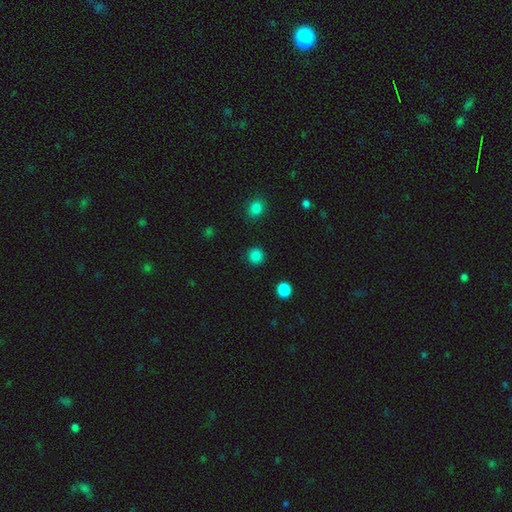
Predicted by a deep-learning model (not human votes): A smooth galaxy with no disk features (86%) that is round (94%).

Vote fractions:
- Smooth or featured? smooth: 86% / star or artifact: 12% / featured or disk: 3%
- How rounded? round: 94% / in between: 6% / cigar-shaped: 1%
- Merging? none: 91% / minor disturbance: 5% / major disturbance: 2% / merger: 1%